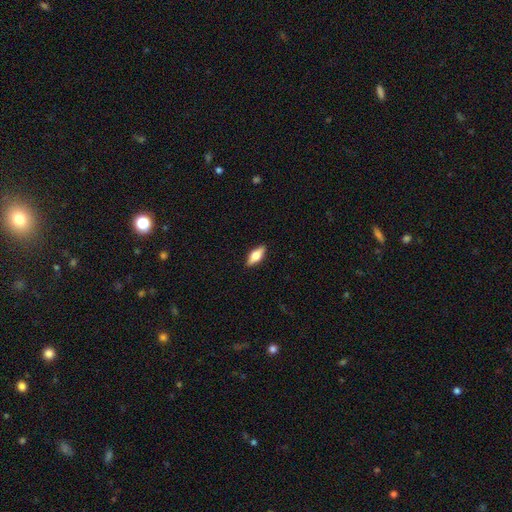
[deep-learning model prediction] Q: Smooth or featured?
A: smooth (56%); runner-up: featured or disk (38%)
Q: How rounded?
A: in between (70%); runner-up: cigar-shaped (26%)
Q: Merging?
A: none (89%); runner-up: minor disturbance (8%)